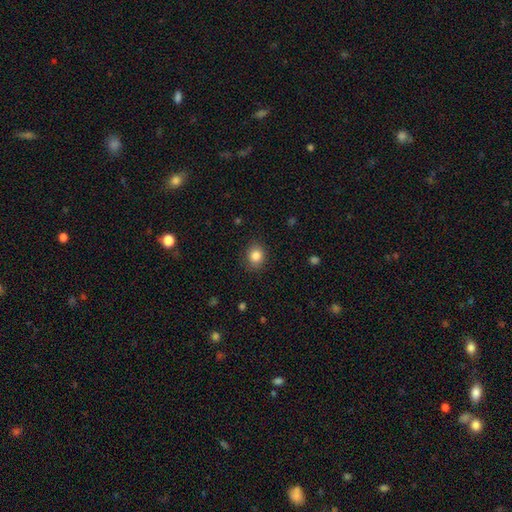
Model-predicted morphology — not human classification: Smooth or featured?
  - smooth: 84% *
  - star or artifact: 10%
  - featured or disk: 6%
How rounded?
  - round: 67% *
  - in between: 32%
  - cigar-shaped: 1%
Merging?
  - none: 87% *
  - minor disturbance: 10%
  - major disturbance: 3%
  - merger: 1%